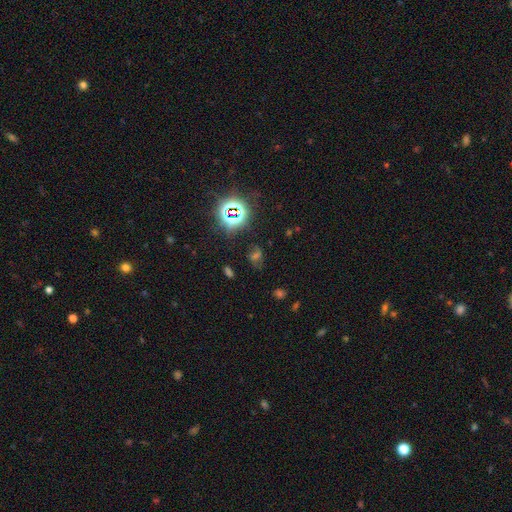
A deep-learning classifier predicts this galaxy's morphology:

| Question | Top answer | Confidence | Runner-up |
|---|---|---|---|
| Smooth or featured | star or artifact | 60% | smooth (26%) |